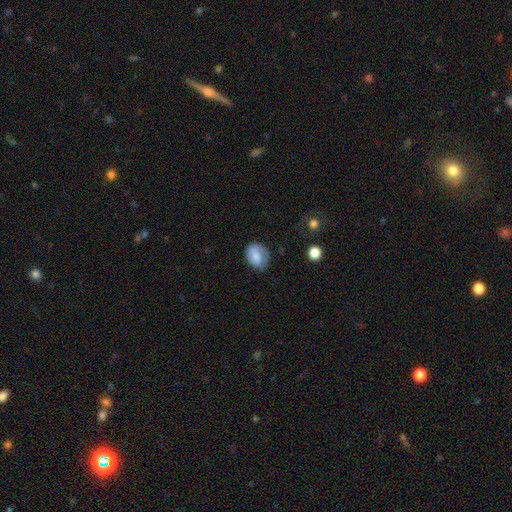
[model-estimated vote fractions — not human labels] Smooth or featured? Predicted: smooth (p=0.70). How rounded? Predicted: in between (p=0.63). Merging? Predicted: none (p=0.59).